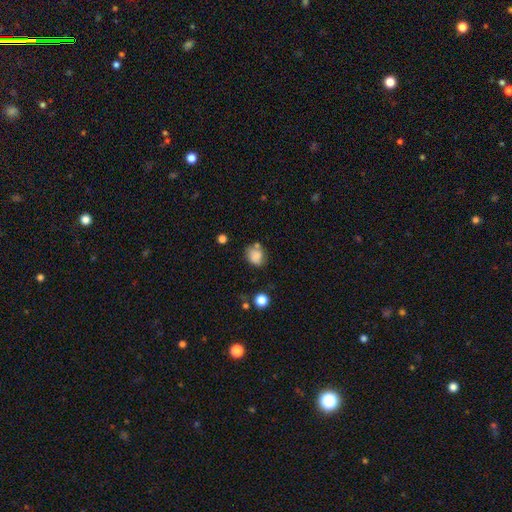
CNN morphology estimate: A smooth galaxy with no disk features (79%) that is round (55%). Merging: none (53%).